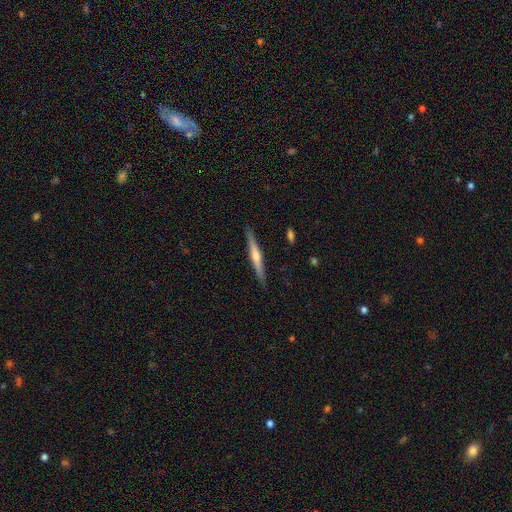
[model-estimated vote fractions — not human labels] smooth_or_featured: featured or disk (p=0.65) [alt: smooth p=0.29]
disk_edge_on: yes (p=0.97) [alt: no p=0.03]
edge_on_bulge: rounded (p=0.78) [alt: none p=0.17]
merging: none (p=0.91) [alt: minor disturbance p=0.07]